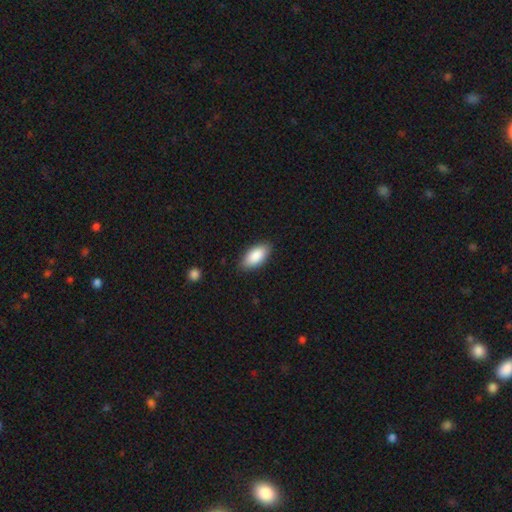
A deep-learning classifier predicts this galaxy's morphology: smooth 88%, featured or disk 6%, star or artifact 6%. Down the decision tree: how rounded — in between (92%); merging — none (86%).